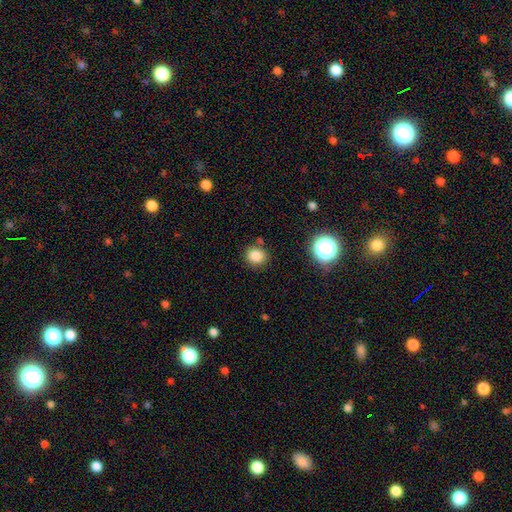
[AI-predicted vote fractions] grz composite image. It shows a smooth galaxy with no disk features (83%) that is round (78%). Merging: none (82%).